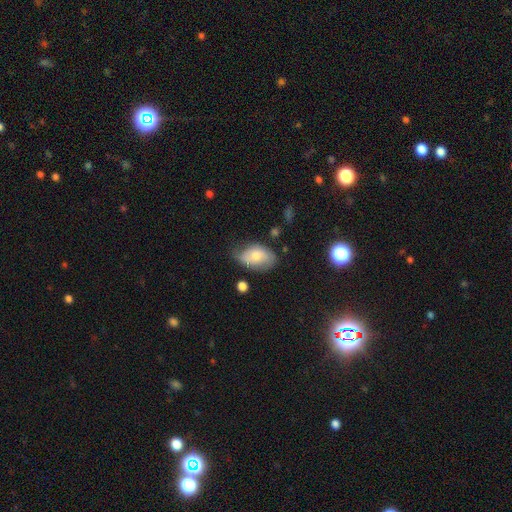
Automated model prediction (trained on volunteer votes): The model was most divided on "merging": none: 50%, minor disturbance: 37%, major disturbance: 10%, merger: 3%. More confident: how rounded — in between (89%); smooth or featured — smooth (62%).